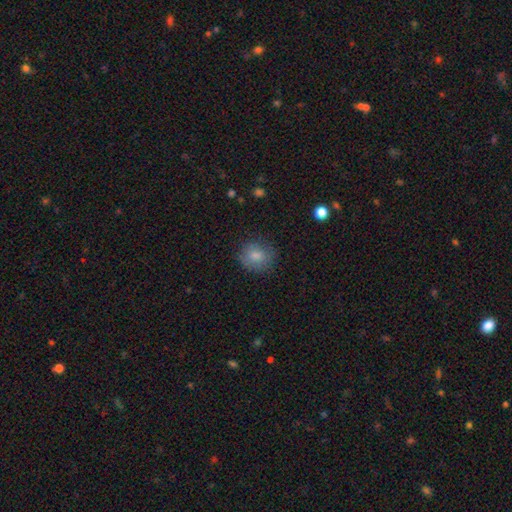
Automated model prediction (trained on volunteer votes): Smooth or featured? Predicted: smooth (p=0.83). How rounded? Predicted: round (p=0.74). Merging? Predicted: none (p=0.80).